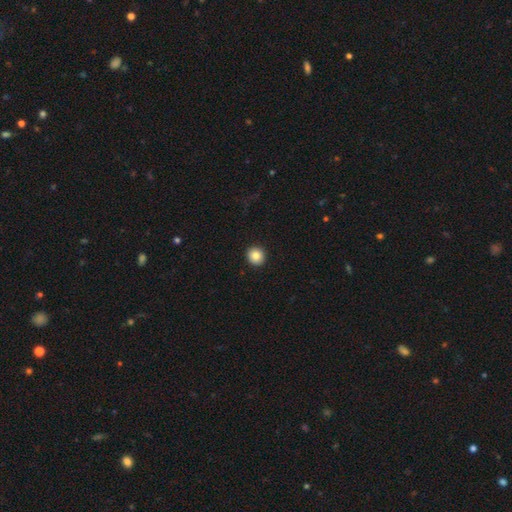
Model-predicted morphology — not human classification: The model was most divided on "smooth or featured": smooth: 85%, star or artifact: 9%, featured or disk: 5%. More confident: merging — none (93%); how rounded — round (92%).